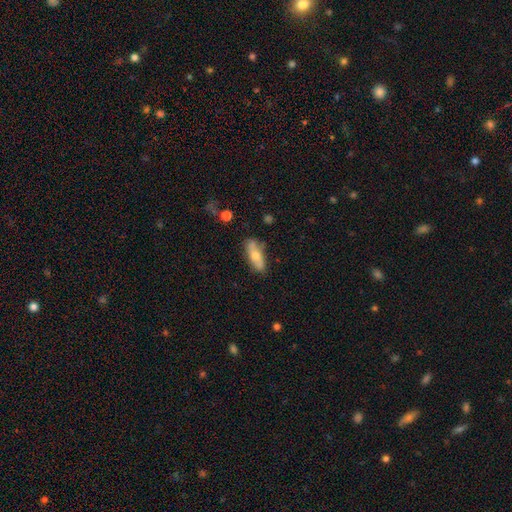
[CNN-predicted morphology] Smooth or featured? smooth (62%)
How rounded? in between (65%)
Merging? none (73%)